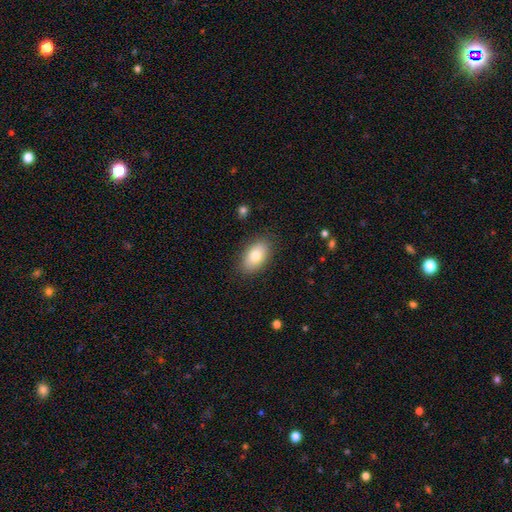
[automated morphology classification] This is likely a smooth galaxy (78%). How rounded: clearly in between (91%). Merging: clearly none (86%).